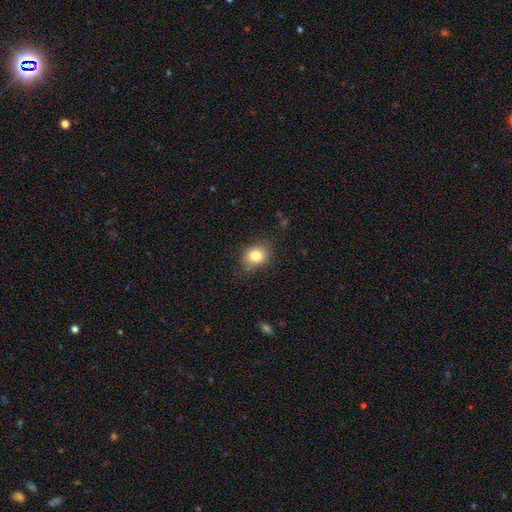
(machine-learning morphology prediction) smooth 81%, star or artifact 11%, featured or disk 8%. Down the decision tree: how rounded — round (64%); merging — none (80%).